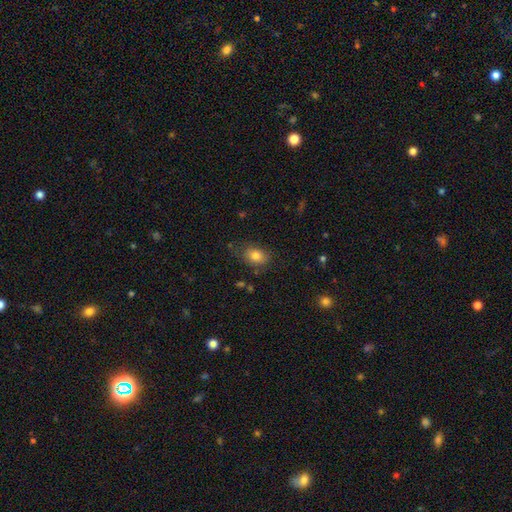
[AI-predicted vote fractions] smooth 81%, featured or disk 10%, star or artifact 9%. Down the decision tree: how rounded — in between (74%); merging — none (72%).